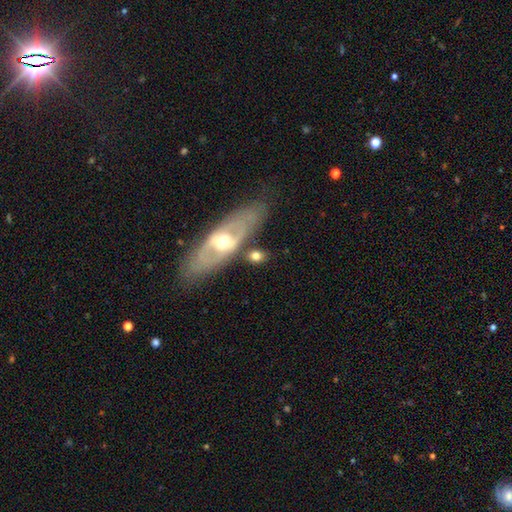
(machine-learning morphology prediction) Q: Smooth or featured?
A: smooth (49%); runner-up: featured or disk (45%)
Q: Merging?
A: none (70%); runner-up: minor disturbance (14%)